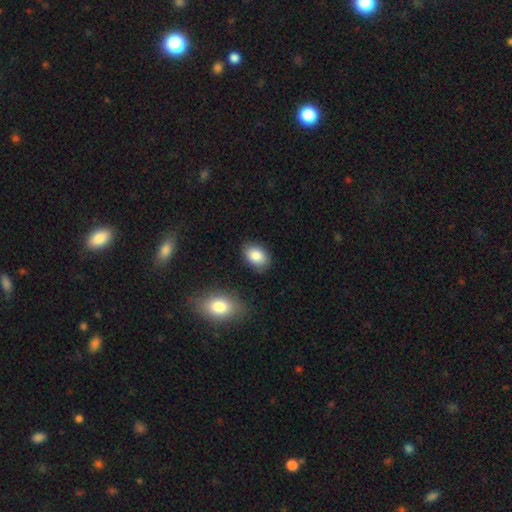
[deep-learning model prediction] Overall: smooth (86%). How rounded: in between (85%). Merging: none (84%).